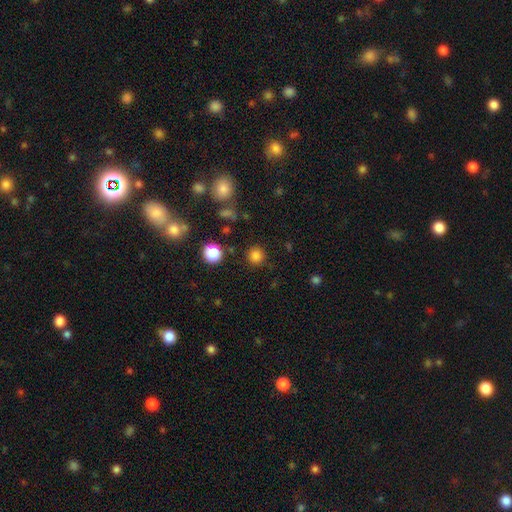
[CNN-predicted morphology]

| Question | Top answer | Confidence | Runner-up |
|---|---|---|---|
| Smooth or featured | smooth | 82% | star or artifact (14%) |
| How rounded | round | 94% | in between (5%) |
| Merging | none | 89% | minor disturbance (7%) |